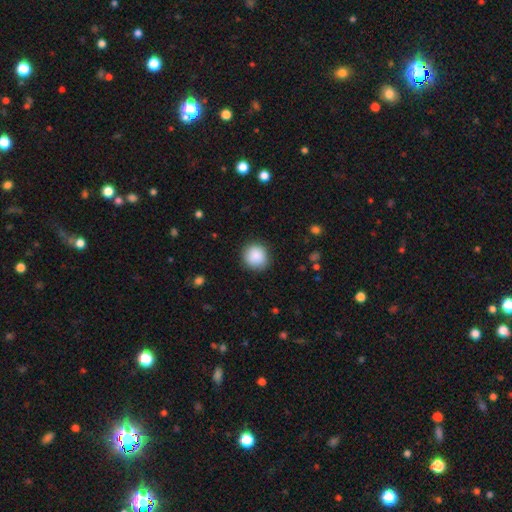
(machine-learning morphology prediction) Overall: smooth (89%). How rounded: round (92%). Merging: none (88%).